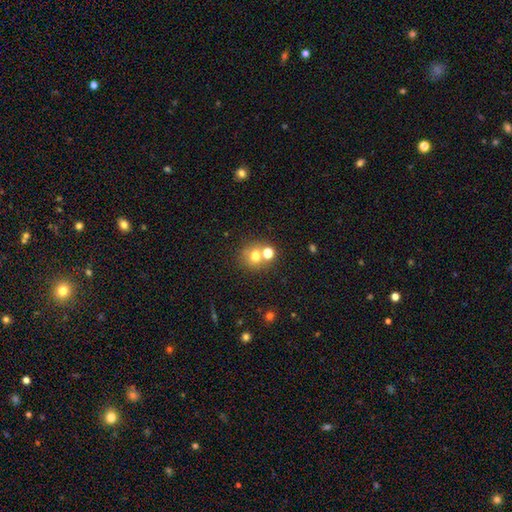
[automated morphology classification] Smooth or featured? Predicted: smooth (p=0.69). How rounded? Predicted: round (p=0.82). Merging? Predicted: none (p=0.58).